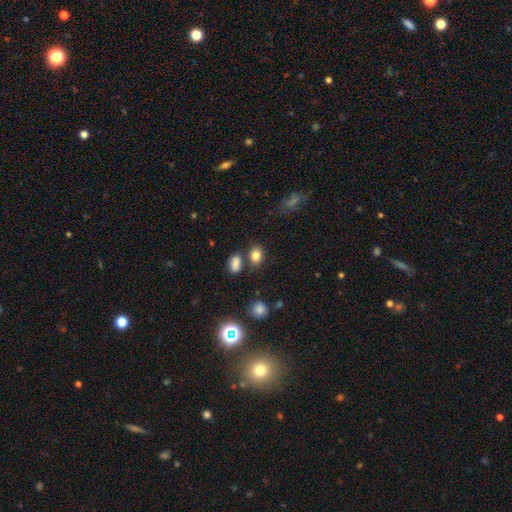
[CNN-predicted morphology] type=smooth (82%); roundness=in between (67%); merging=none (69%).